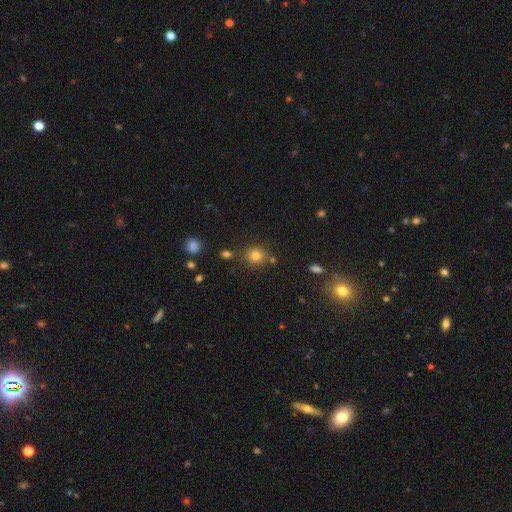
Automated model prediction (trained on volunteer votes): This appears to be a smooth galaxy with no disk features (79%) that is round (85%). Merging: none (79%).